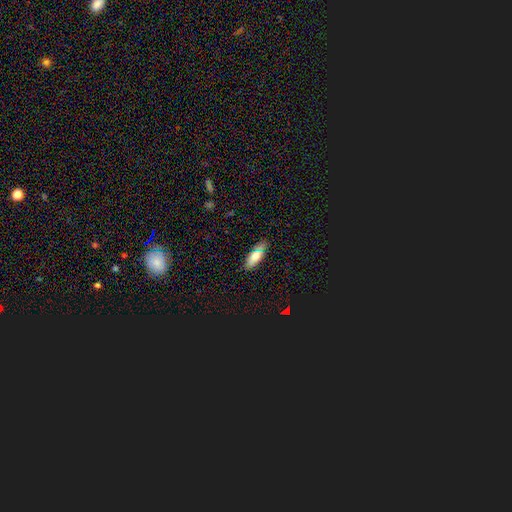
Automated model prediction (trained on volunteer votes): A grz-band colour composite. It shows a smooth galaxy with no disk features (75%) that is in between round and cigar-shaped (69%). Merging: none (84%).